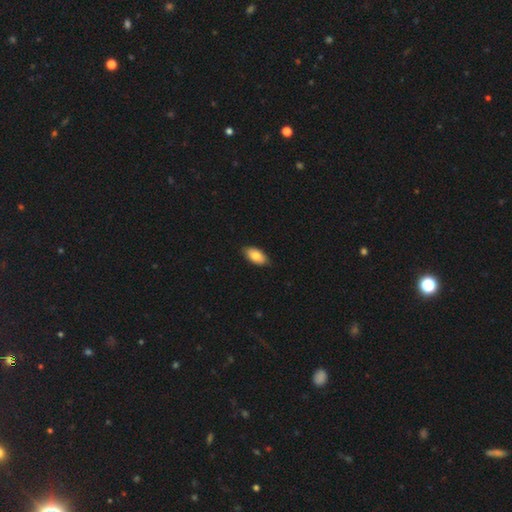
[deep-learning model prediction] Q: Smooth or featured?
A: smooth (81%); runner-up: featured or disk (13%)
Q: How rounded?
A: in between (93%); runner-up: cigar-shaped (4%)
Q: Merging?
A: none (86%); runner-up: minor disturbance (11%)